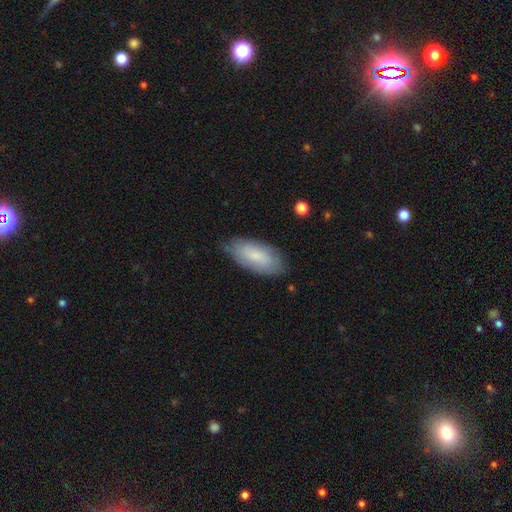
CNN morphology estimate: Q: Smooth or featured?
A: smooth (72%); runner-up: featured or disk (22%)
Q: How rounded?
A: in between (90%); runner-up: cigar-shaped (8%)
Q: Merging?
A: none (74%); runner-up: minor disturbance (20%)